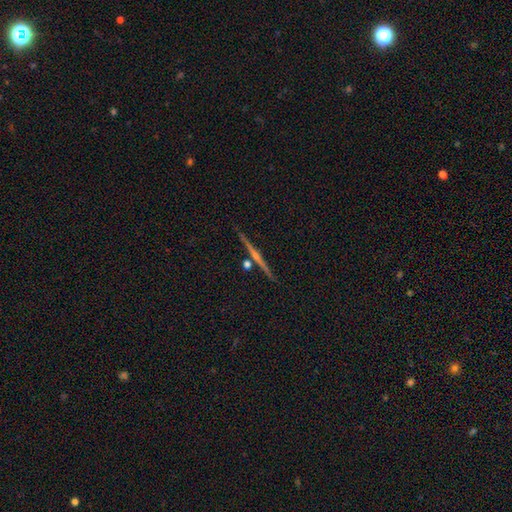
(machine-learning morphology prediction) Overall: featured or disk (67%). Edge-on disk: yes (95%). Edge-on bulge: rounded (51%; none 39%). Merging: none (87%).